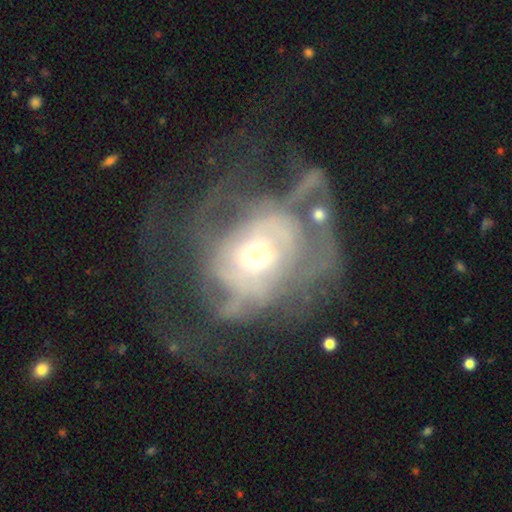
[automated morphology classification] smooth-or-featured: featured or disk: 74% | smooth: 17% | star or artifact: 9%
  disk-edge-on: no: 96% | yes: 4%
    bar: no: 77% | weak: 17% | strong: 6%
    has-spiral-arms: yes: 59% | no: 41%
    bulge-size: moderate: 65% | small: 20% | large: 13% | dominant: 2% | none: 1%
  merging: major disturbance: 50% | none: 25% | minor disturbance: 14% | merger: 11%